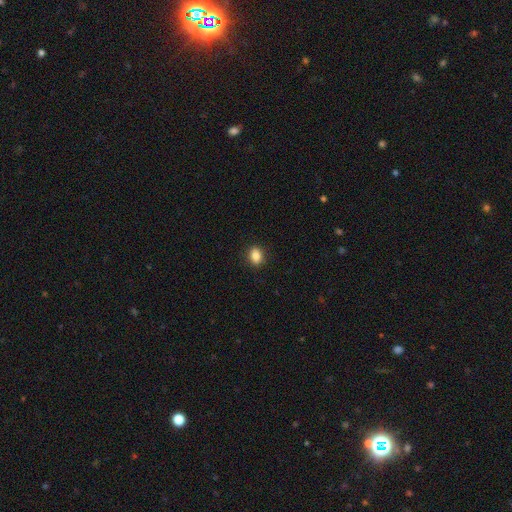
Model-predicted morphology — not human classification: This appears to be a smooth galaxy with no disk features (86%) that is in between round and cigar-shaped (57%). Merging: none (89%).